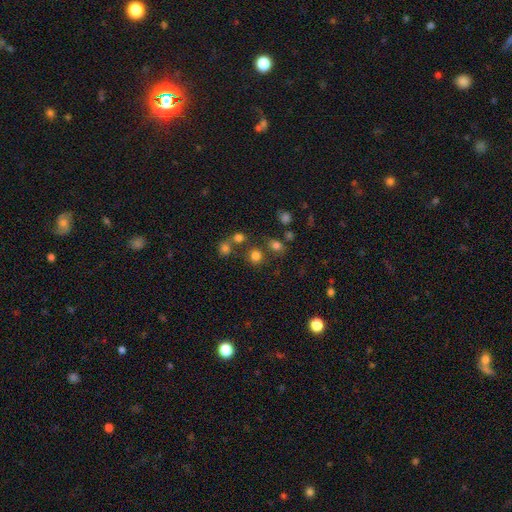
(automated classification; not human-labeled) This is likely a smooth galaxy (75%). How rounded: clearly round (85%). Merging: likely none (70%).